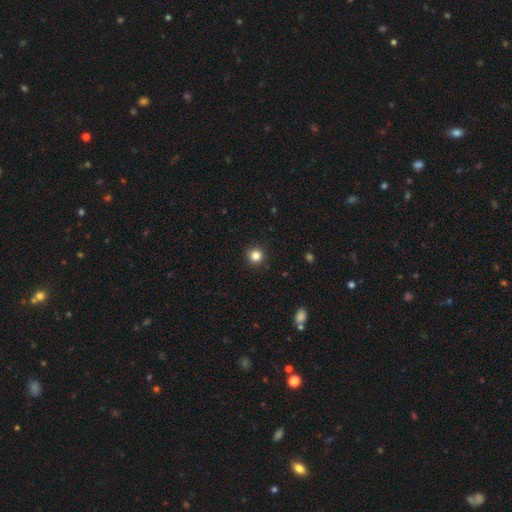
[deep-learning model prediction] The model was most divided on "smooth or featured": smooth: 84%, star or artifact: 12%, featured or disk: 5%. More confident: how rounded — round (95%); merging — none (93%).